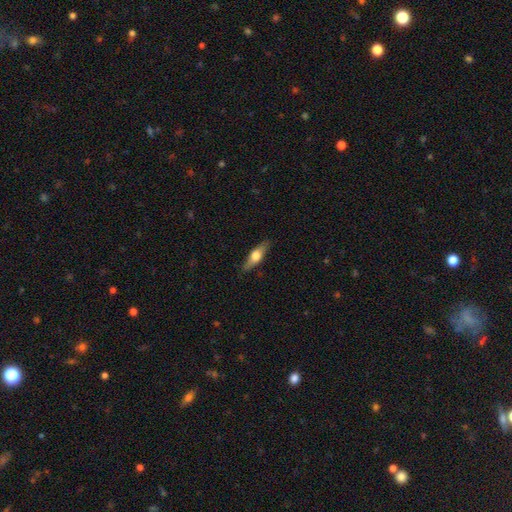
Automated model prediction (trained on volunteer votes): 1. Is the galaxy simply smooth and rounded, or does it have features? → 49% smooth, 45% featured or disk, 6% star or artifact.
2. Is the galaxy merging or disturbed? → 84% none, 13% minor disturbance, 3% major disturbance, 1% merger.